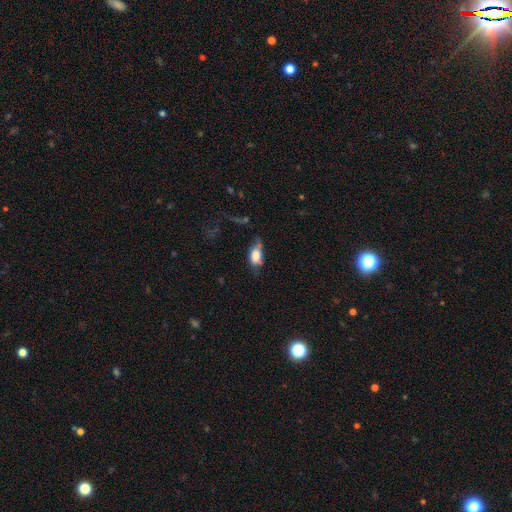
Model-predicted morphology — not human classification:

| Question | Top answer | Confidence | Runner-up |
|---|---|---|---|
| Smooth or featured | smooth | 71% | featured or disk (20%) |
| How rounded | in between | 84% | cigar-shaped (10%) |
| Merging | none | 38% | minor disturbance (34%) |